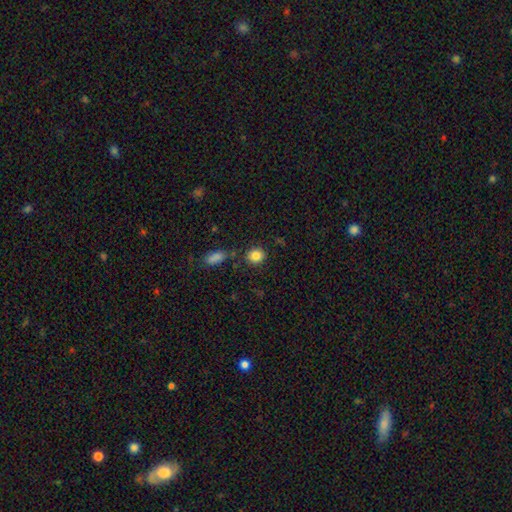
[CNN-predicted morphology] smooth_or_featured: smooth (p=0.85) [alt: star or artifact p=0.10]
how_rounded: round (p=0.76) [alt: in between p=0.22]
merging: none (p=0.83) [alt: minor disturbance p=0.10]